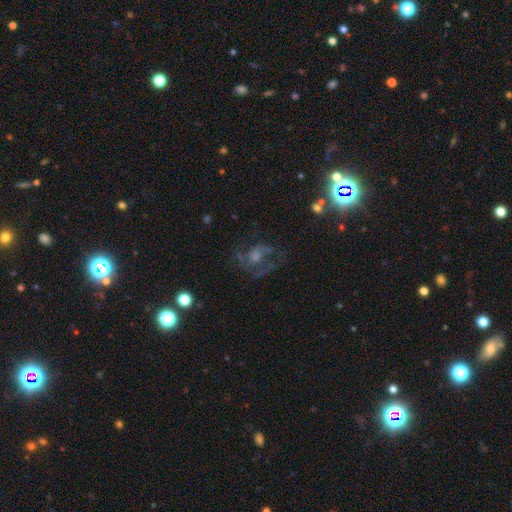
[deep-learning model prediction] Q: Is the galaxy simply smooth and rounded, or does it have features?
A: featured or disk — 62%.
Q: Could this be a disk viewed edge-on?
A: no — 96%.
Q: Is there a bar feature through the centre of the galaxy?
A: no — 56%.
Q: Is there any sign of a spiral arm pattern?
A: yes — 86%.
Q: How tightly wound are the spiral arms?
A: medium — 53%.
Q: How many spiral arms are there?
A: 2 — 54%.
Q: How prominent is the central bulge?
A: moderate — 41%.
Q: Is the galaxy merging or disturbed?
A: none — 63%.